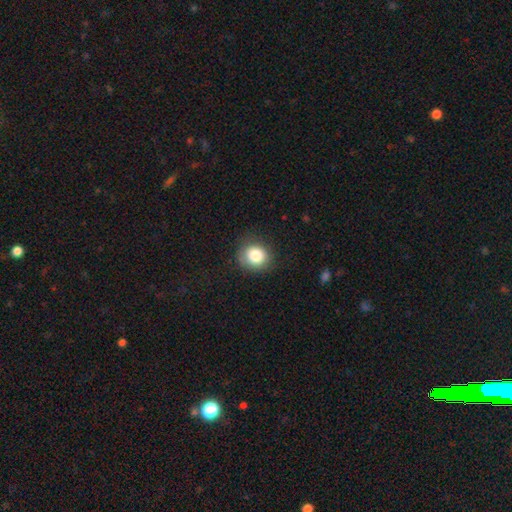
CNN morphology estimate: Q: Smooth or featured?
A: smooth (82%); runner-up: star or artifact (10%)
Q: How rounded?
A: round (81%); runner-up: in between (18%)
Q: Merging?
A: none (83%); runner-up: minor disturbance (12%)